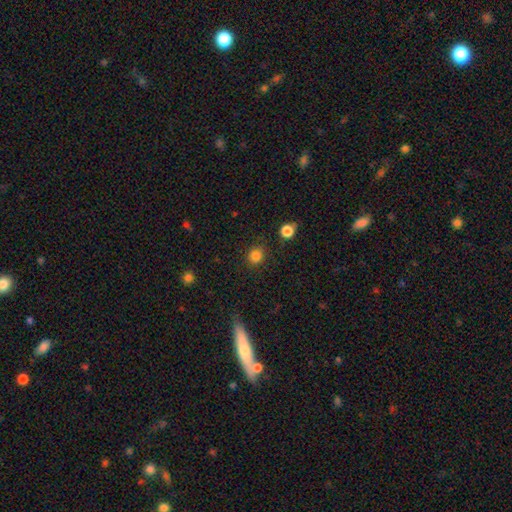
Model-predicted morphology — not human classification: This is clearly a smooth galaxy (84%). How rounded: clearly round (82%). Merging: clearly none (85%).